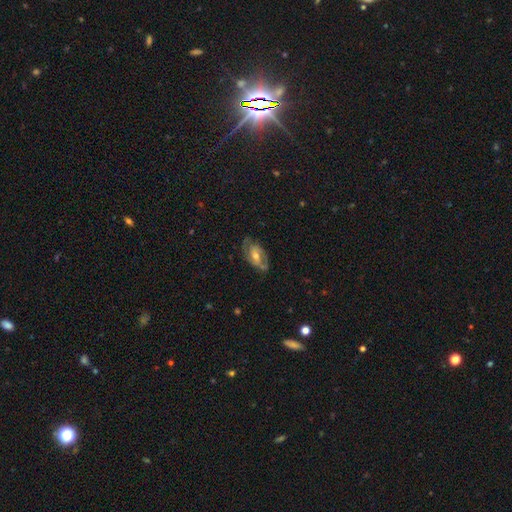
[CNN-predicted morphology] type=featured or disk (72%); edge-on=no (94%); bar=no (44%); spiral arms=yes (79%); winding=medium (44%); arm count=2 (73%); bulge=moderate (63%); merging=none (70%).